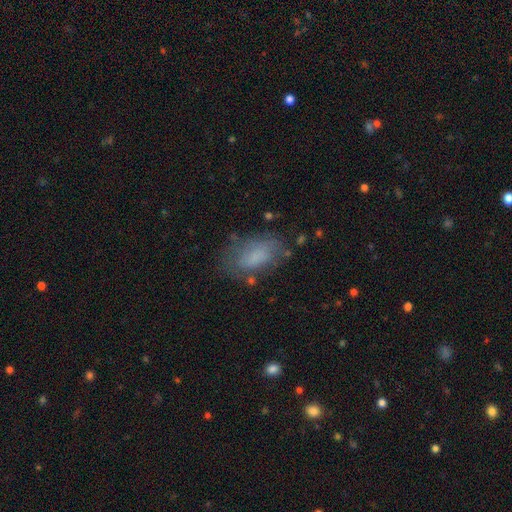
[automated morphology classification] This is likely a smooth galaxy (66%). How rounded: clearly in between (91%). Merging: likely none (61%).